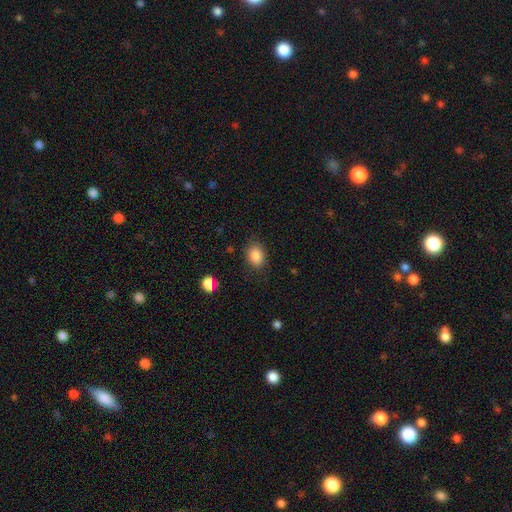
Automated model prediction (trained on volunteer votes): A smooth galaxy with no disk features (87%) that is in between round and cigar-shaped (71%).

Vote fractions:
- Smooth or featured? smooth: 87% / star or artifact: 9% / featured or disk: 4%
- How rounded? in between: 71% / round: 28% / cigar-shaped: 1%
- Merging? none: 82% / minor disturbance: 13% / major disturbance: 4% / merger: 1%